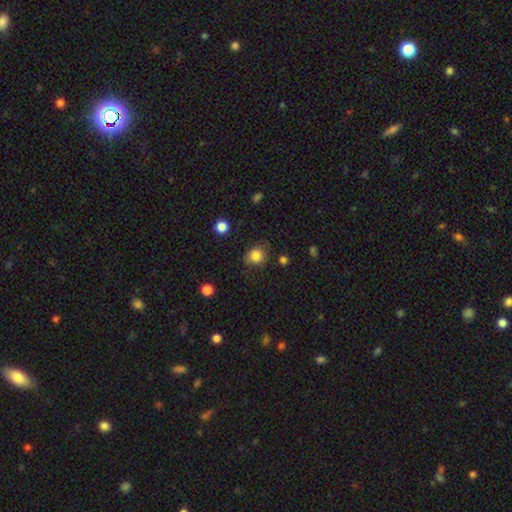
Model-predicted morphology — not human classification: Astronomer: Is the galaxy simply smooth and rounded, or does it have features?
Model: smooth — 83%.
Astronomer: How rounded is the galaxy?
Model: round — 79%.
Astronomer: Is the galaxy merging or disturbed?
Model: none — 74%.